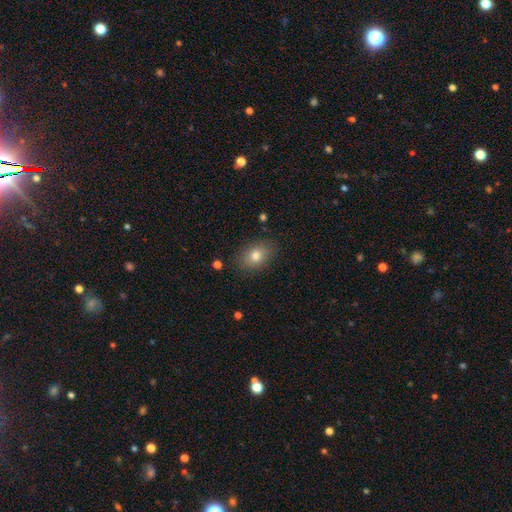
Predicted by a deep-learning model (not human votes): Morphology: type=smooth (79%); roundness=in between (77%); merging=none (84%).